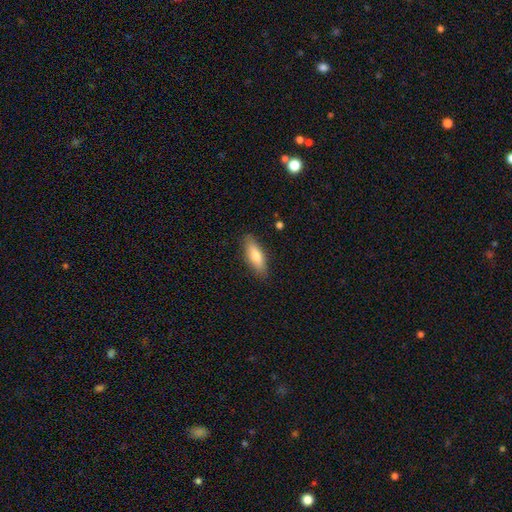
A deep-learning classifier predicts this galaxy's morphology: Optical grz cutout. It shows a smooth galaxy with no disk features (75%) that is in between round and cigar-shaped (62%). Merging: none (85%).